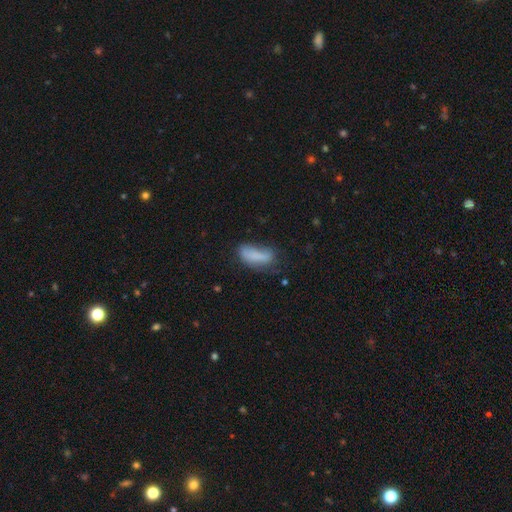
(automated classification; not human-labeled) A smooth galaxy with no disk features (75%) that is in between round and cigar-shaped (74%). Merging: none (41%).